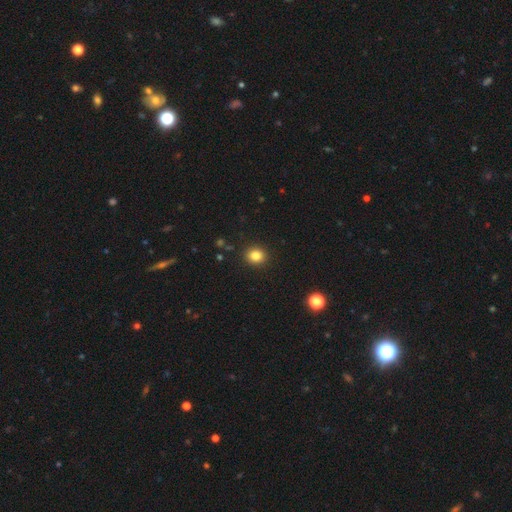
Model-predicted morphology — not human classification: Q: Smooth or featured?
A: smooth (84%); runner-up: star or artifact (11%)
Q: How rounded?
A: round (75%); runner-up: in between (24%)
Q: Merging?
A: none (91%); runner-up: minor disturbance (6%)